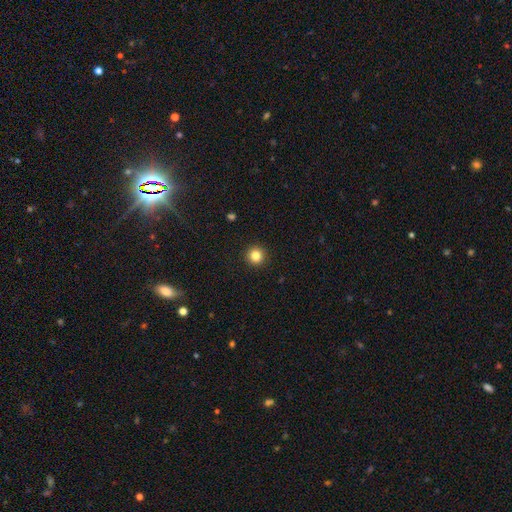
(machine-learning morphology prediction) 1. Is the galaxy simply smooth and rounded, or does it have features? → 84% smooth, 11% star or artifact, 5% featured or disk.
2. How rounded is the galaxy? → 96% round, 3% in between, 1% cigar-shaped.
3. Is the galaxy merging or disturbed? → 94% none, 4% minor disturbance, 2% major disturbance, 1% merger.